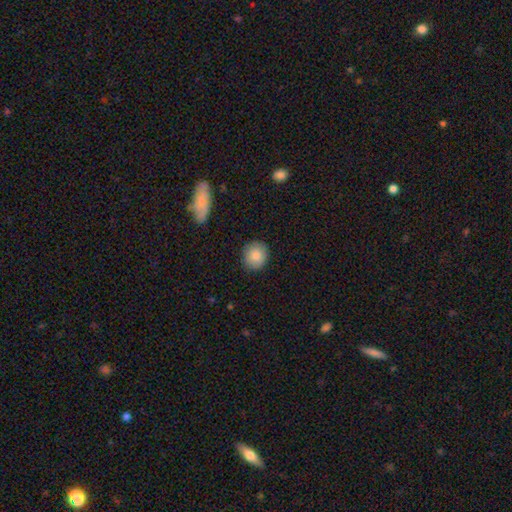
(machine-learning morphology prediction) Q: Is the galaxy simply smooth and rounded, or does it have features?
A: smooth — 87%.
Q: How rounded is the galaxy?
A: round — 82%.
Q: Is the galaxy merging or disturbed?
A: none — 88%.